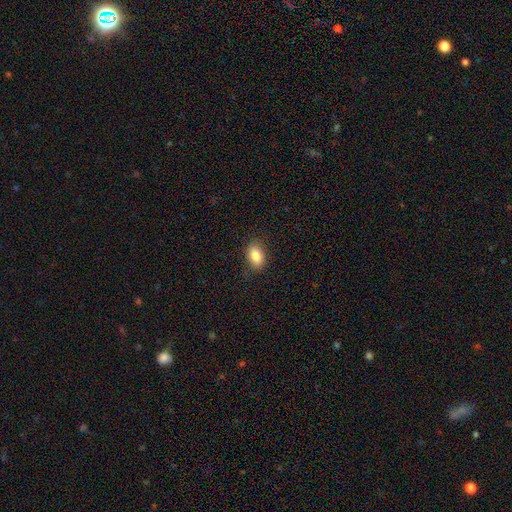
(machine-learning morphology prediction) A smooth galaxy with no disk features (85%) that is in between round and cigar-shaped (88%).

Vote fractions:
- Smooth or featured? smooth: 85% / star or artifact: 8% / featured or disk: 8%
- How rounded? in between: 88% / round: 10% / cigar-shaped: 2%
- Merging? none: 86% / minor disturbance: 11% / major disturbance: 3% / merger: 1%